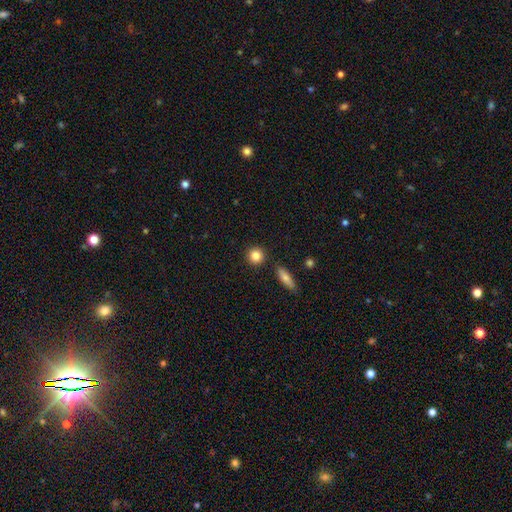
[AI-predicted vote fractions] A smooth galaxy with no disk features (84%) that is round (91%).

Vote fractions:
- Smooth or featured? smooth: 84% / star or artifact: 9% / featured or disk: 7%
- How rounded? round: 91% / in between: 8% / cigar-shaped: 2%
- Merging? none: 88% / minor disturbance: 6% / merger: 4% / major disturbance: 2%